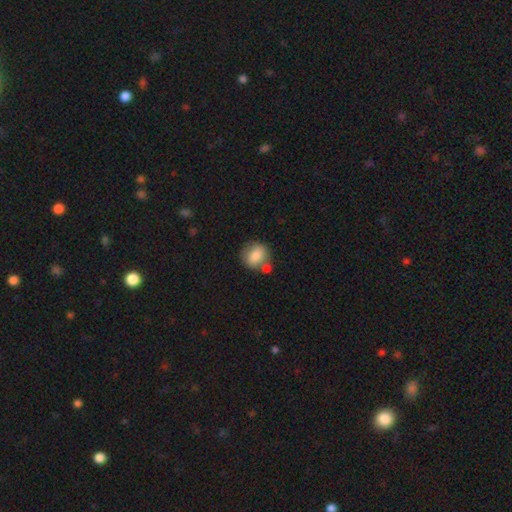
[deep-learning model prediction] Overall: smooth (79%). How rounded: round (74%). Merging: none (58%; merger 22%).